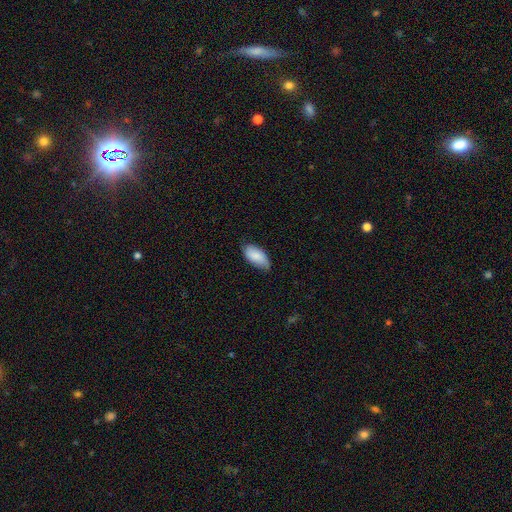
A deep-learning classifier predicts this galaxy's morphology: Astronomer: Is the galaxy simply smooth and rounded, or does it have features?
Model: smooth — 84%.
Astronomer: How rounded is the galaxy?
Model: in between — 93%.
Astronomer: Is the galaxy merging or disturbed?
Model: none — 71%.